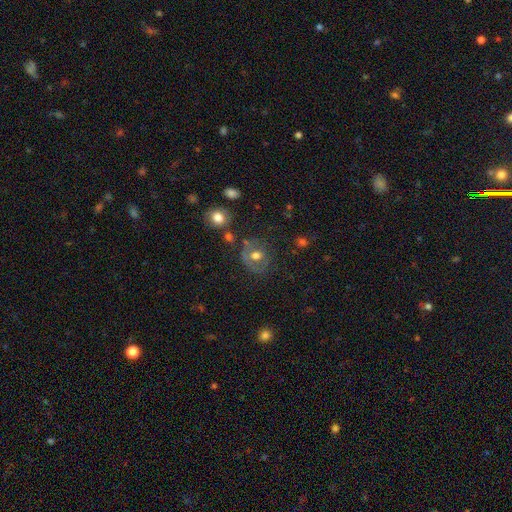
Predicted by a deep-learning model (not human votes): Smooth or featured? Predicted: smooth (p=0.55). How rounded? Predicted: round (p=0.72). Merging? Predicted: none (p=0.58).